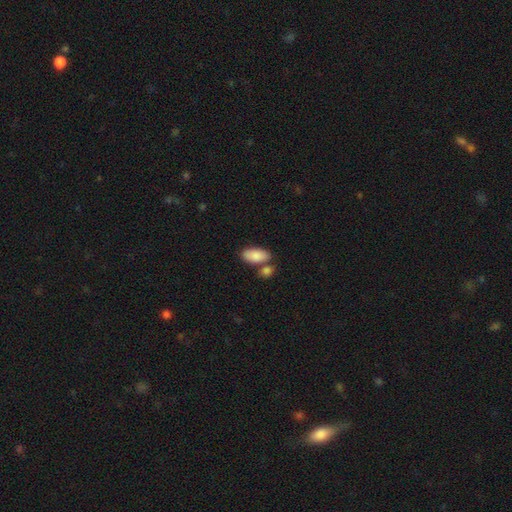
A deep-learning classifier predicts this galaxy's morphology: smooth-or-featured: smooth: 86% | featured or disk: 8% | star or artifact: 6%
  how-rounded: in between: 93% | cigar-shaped: 5% | round: 3%
  merging: none: 60% | merger: 24% | minor disturbance: 12% | major disturbance: 3%